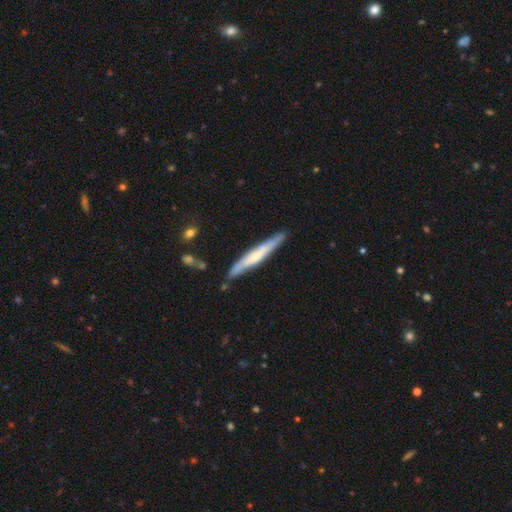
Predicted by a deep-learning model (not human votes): The model was most divided on "smooth or featured": featured or disk: 51%, smooth: 44%, star or artifact: 5%. More confident: edge-on disk — yes (91%); merging — none (84%).